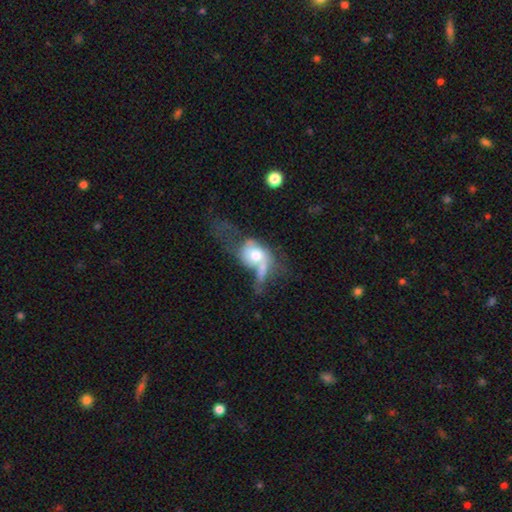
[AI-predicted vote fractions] A smooth galaxy with no disk features (51%) that is in between round and cigar-shaped (63%). Merging: merger (39%).